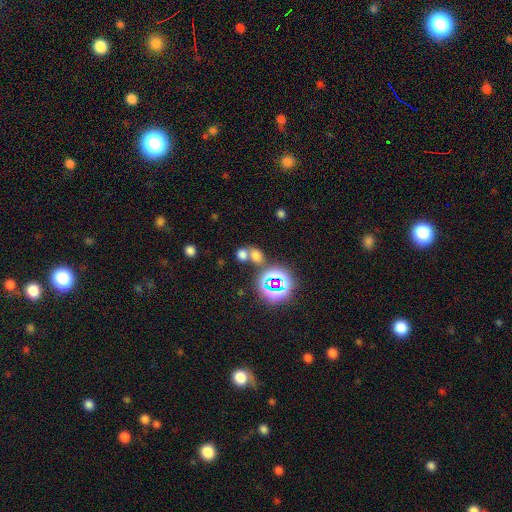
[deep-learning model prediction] smooth_or_featured: smooth (p=0.59) [alt: star or artifact p=0.32]
how_rounded: round (p=0.54) [alt: in between p=0.44]
merging: none (p=0.45) [alt: merger p=0.42]